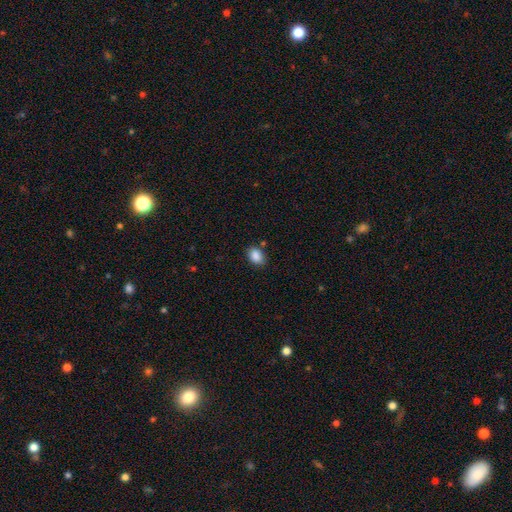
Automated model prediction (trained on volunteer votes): Smooth or featured: smooth — 88% (star or artifact — 8%)
How rounded: in between — 78% (round — 21%)
Merging: none — 81% (minor disturbance — 12%)